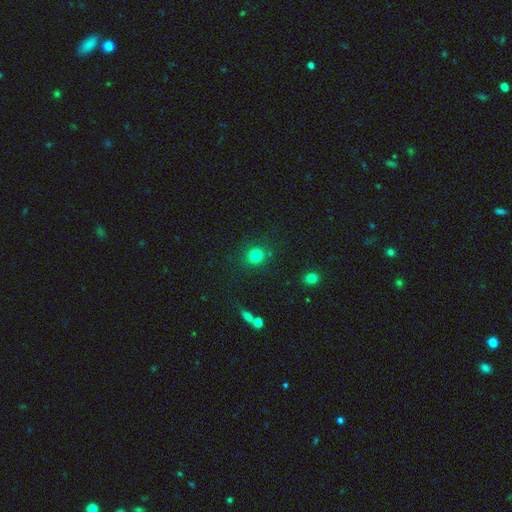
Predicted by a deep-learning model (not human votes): This appears to be a smooth galaxy with no disk features (80%) that is round (86%). Merging: none (85%).